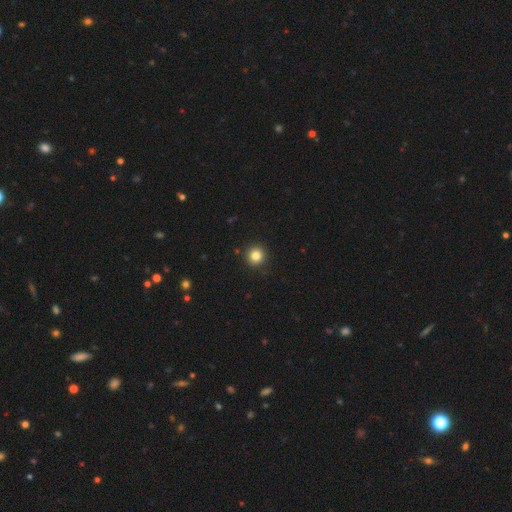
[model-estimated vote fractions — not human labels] Overall: smooth (83%). How rounded: round (95%). Merging: none (92%).